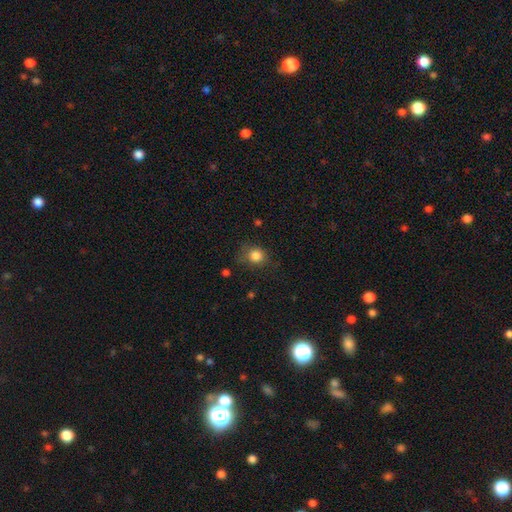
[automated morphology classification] Smooth or featured? smooth (83%)
How rounded? round (75%)
Merging? none (68%)